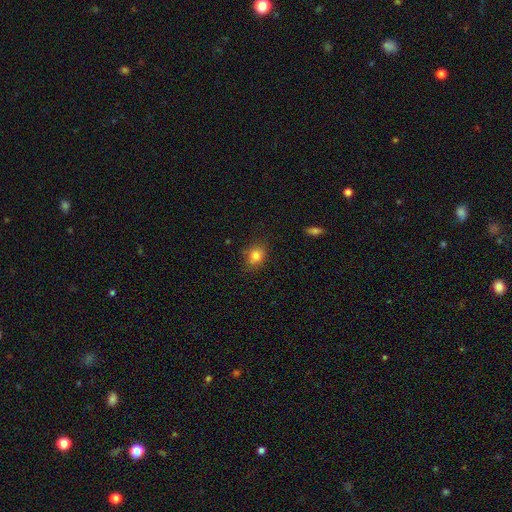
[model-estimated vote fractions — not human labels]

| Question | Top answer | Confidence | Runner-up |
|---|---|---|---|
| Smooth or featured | smooth | 80% | star or artifact (12%) |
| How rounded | round | 55% | in between (43%) |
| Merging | none | 80% | minor disturbance (15%) |